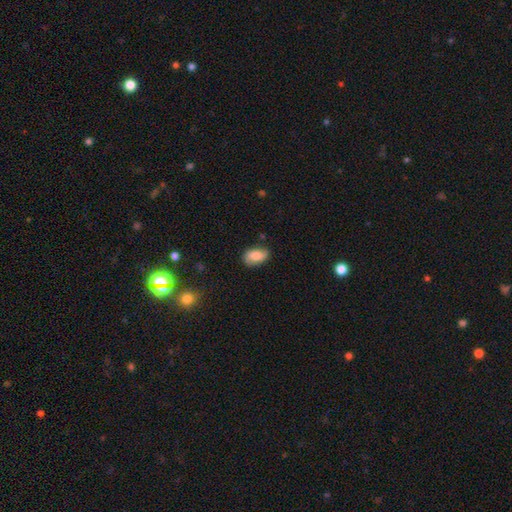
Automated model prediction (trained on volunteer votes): This is likely a smooth galaxy (74%). How rounded: clearly in between (89%). Merging: likely none (73%).